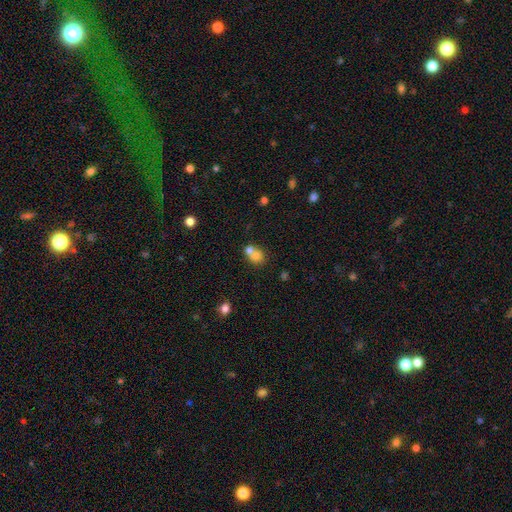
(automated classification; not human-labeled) A smooth galaxy with no disk features (73%) that is round (73%).

Vote fractions:
- Smooth or featured? smooth: 73% / featured or disk: 15% / star or artifact: 12%
- How rounded? round: 73% / in between: 26% / cigar-shaped: 1%
- Merging? merger: 59% / none: 32% / minor disturbance: 6% / major disturbance: 3%